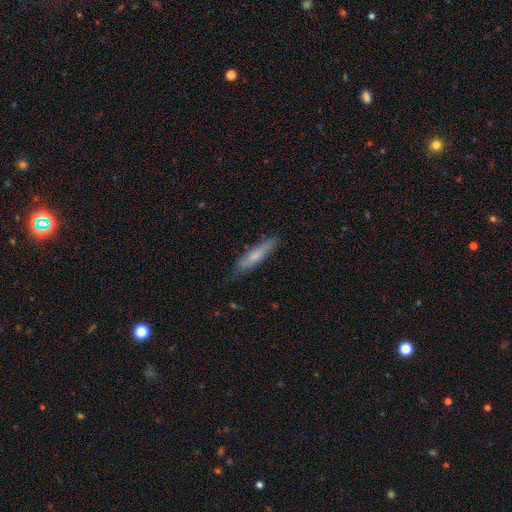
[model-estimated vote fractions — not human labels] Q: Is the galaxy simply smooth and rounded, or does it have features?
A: smooth — 65%.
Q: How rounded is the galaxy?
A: cigar-shaped — 86%.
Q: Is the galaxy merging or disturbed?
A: none — 78%.